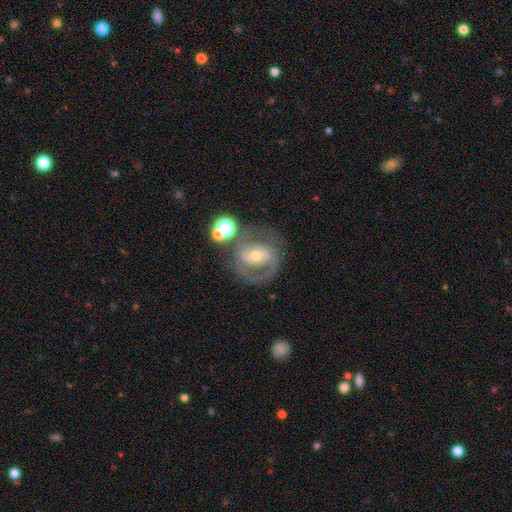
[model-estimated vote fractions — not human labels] smooth_or_featured: featured or disk (p=0.77) [alt: smooth p=0.15]
disk_edge_on: no (p=0.97) [alt: yes p=0.03]
bar: weak (p=0.38) [tied with: no p=0.38]
has_spiral_arms: yes (p=0.75) [alt: no p=0.25]
spiral_winding: tight (p=0.44) [alt: medium p=0.42]
spiral_arm_count: 2 (p=0.69) [alt: can't tell p=0.15]
bulge_size: moderate (p=0.59) [alt: small p=0.34]
merging: none (p=0.64) [alt: minor disturbance p=0.16]